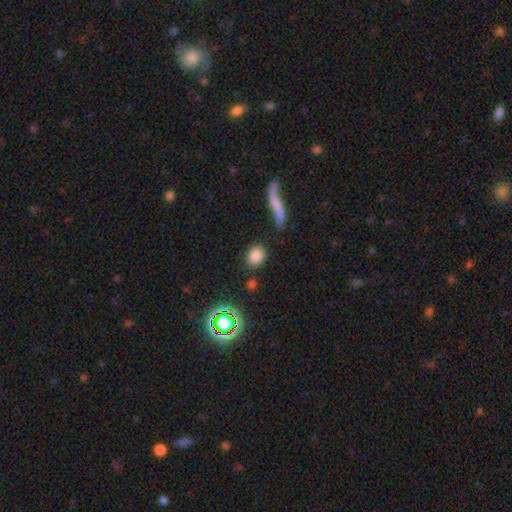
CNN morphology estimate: smooth 81%, star or artifact 12%, featured or disk 7%. Down the decision tree: how rounded — round (61%); merging — none (79%).